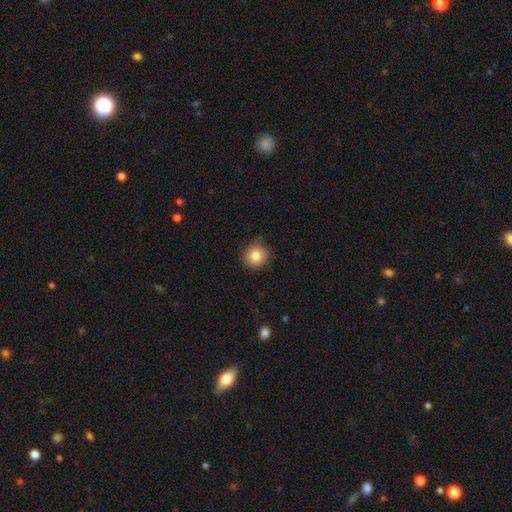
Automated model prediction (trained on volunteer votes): smooth 83%, star or artifact 10%, featured or disk 7%. Down the decision tree: how rounded — round (90%); merging — none (85%).